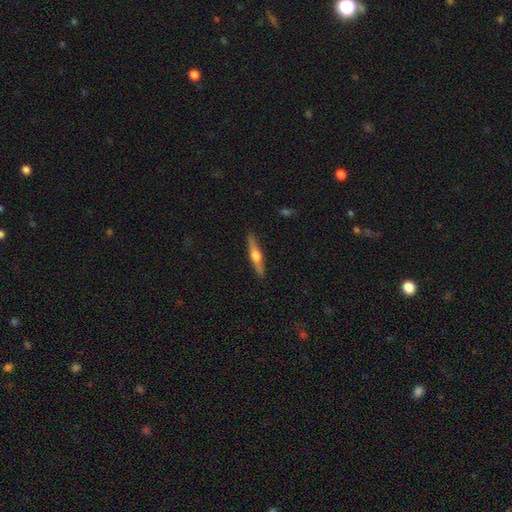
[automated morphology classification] smooth_or_featured: featured or disk (p=0.62) [alt: smooth p=0.33]
disk_edge_on: yes (p=0.97) [alt: no p=0.03]
edge_on_bulge: rounded (p=0.93) [alt: boxy p=0.04]
merging: none (p=0.90) [alt: minor disturbance p=0.07]